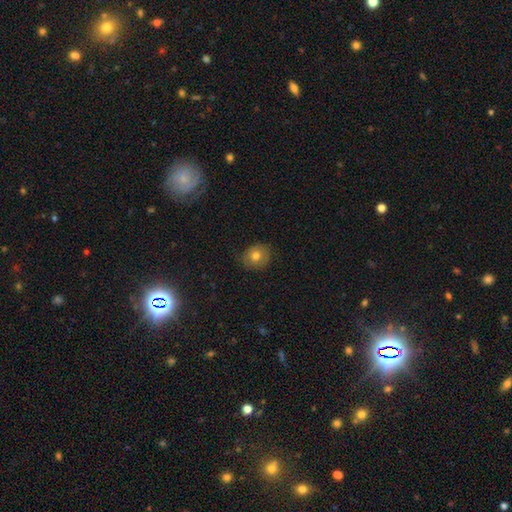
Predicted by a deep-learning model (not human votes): Q: Smooth or featured?
A: smooth (75%); runner-up: featured or disk (15%)
Q: How rounded?
A: round (74%); runner-up: in between (25%)
Q: Merging?
A: none (80%); runner-up: minor disturbance (15%)